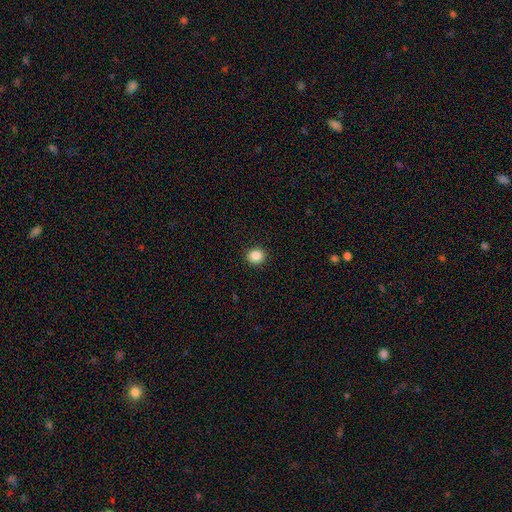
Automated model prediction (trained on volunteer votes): Q: Smooth or featured?
A: smooth (87%); runner-up: star or artifact (10%)
Q: How rounded?
A: round (86%); runner-up: in between (14%)
Q: Merging?
A: none (92%); runner-up: minor disturbance (5%)